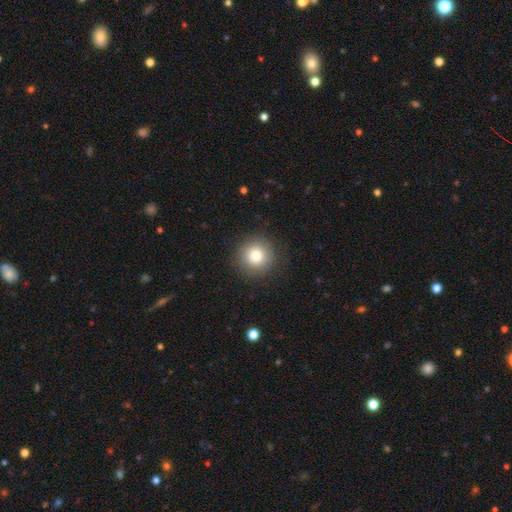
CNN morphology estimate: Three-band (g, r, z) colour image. It shows a smooth galaxy with no disk features (81%) that is round (95%). Merging: none (89%).